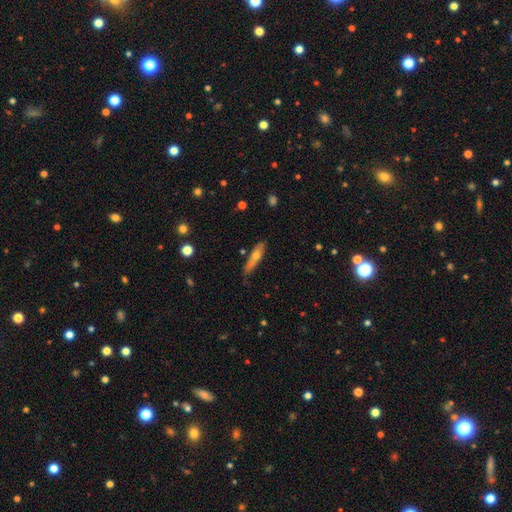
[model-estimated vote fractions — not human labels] A smooth galaxy with no disk features (47%).

Vote fractions:
- Smooth or featured? smooth: 47% / featured or disk: 45% / star or artifact: 8%
- Merging? none: 71% / minor disturbance: 21% / major disturbance: 4% / merger: 3%